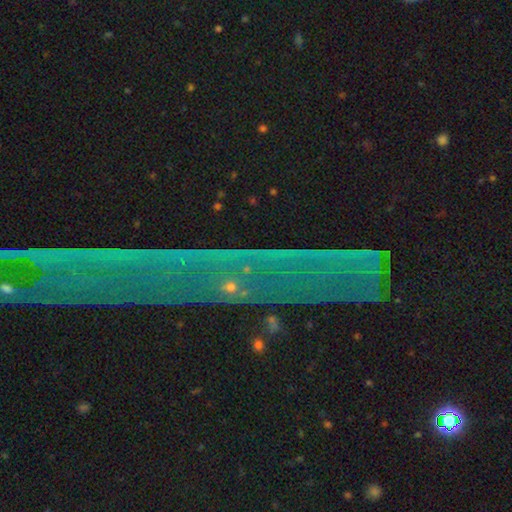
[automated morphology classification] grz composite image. It shows a star or artifact, not a galaxy (77%).